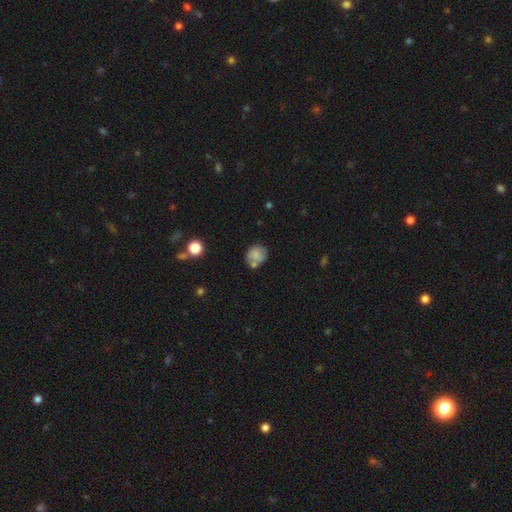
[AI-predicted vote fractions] smooth_or_featured: smooth (p=0.76) [alt: featured or disk p=0.15]
how_rounded: round (p=0.77) [alt: in between p=0.22]
merging: none (p=0.55) [alt: minor disturbance p=0.20]